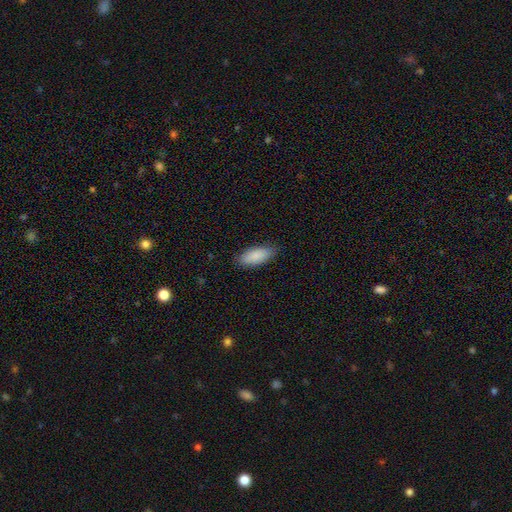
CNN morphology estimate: Smooth or featured?
  - smooth: 88% *
  - featured or disk: 6%
  - star or artifact: 6%
How rounded?
  - in between: 80% *
  - cigar-shaped: 18%
  - round: 2%
Merging?
  - none: 84% *
  - minor disturbance: 12%
  - major disturbance: 2%
  - merger: 1%